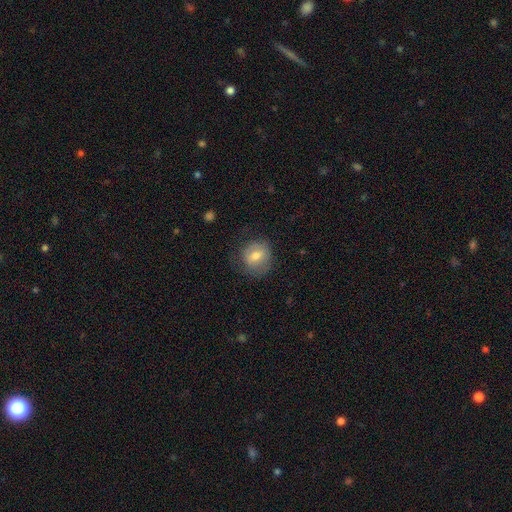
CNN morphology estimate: A smooth galaxy with no disk features (68%) that is round (76%). Merging: none (69%).